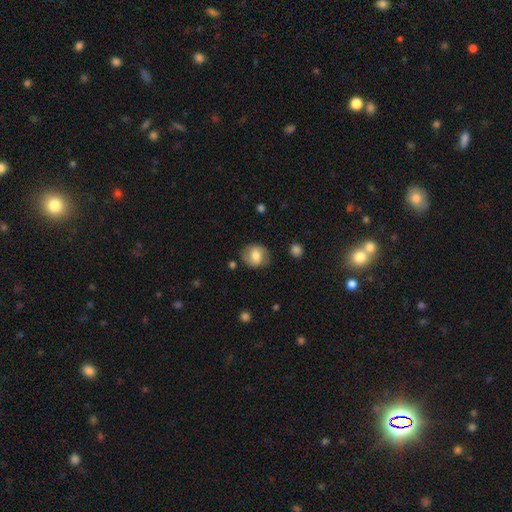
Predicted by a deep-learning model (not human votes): Q: Smooth or featured?
A: smooth (68%); runner-up: featured or disk (24%)
Q: How rounded?
A: round (70%); runner-up: in between (29%)
Q: Merging?
A: none (79%); runner-up: minor disturbance (15%)